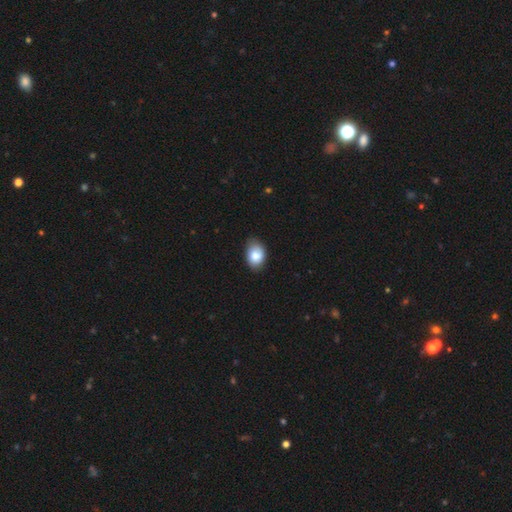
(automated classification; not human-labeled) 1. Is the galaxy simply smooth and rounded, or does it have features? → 83% smooth, 9% featured or disk, 7% star or artifact.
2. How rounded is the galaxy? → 82% in between, 16% round, 1% cigar-shaped.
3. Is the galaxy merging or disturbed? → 78% none, 18% minor disturbance, 3% major disturbance, 1% merger.